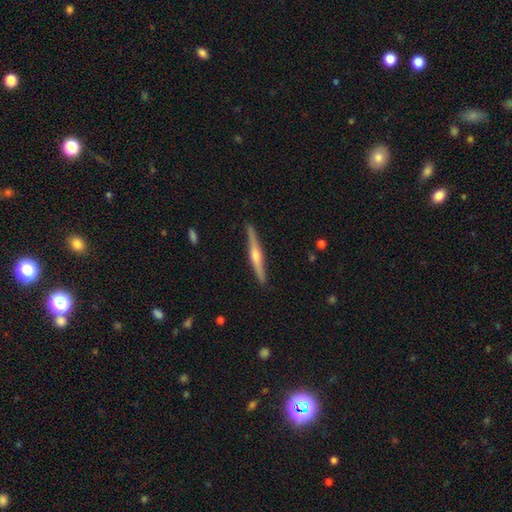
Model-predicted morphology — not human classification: Overall: featured or disk (78%). Edge-on disk: yes (98%). Edge-on bulge: rounded (90%). Merging: none (91%).